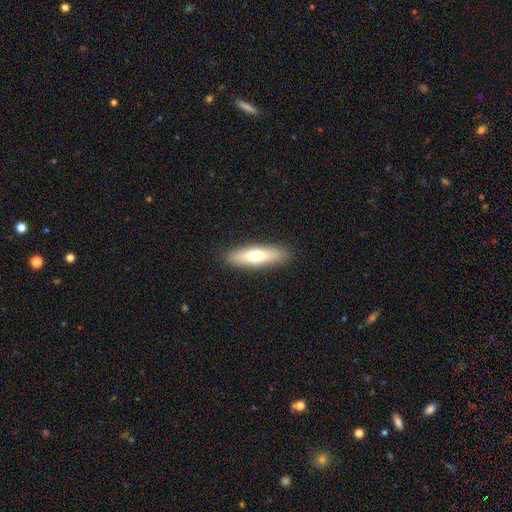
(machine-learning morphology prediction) type=smooth (63%); roundness=cigar-shaped (65%); merging=none (90%).